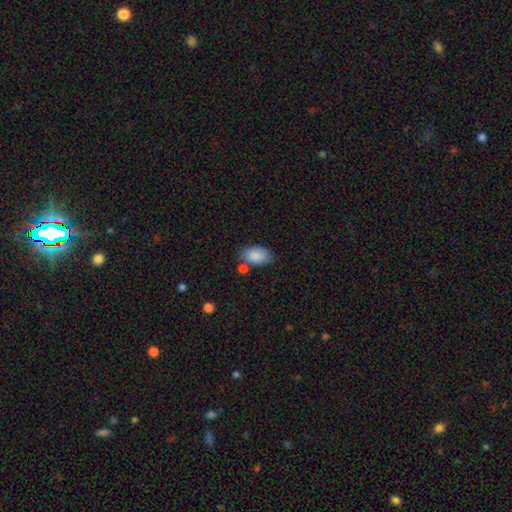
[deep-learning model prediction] This is clearly a smooth galaxy (88%). How rounded: clearly in between (93%). Merging: likely none (69%).